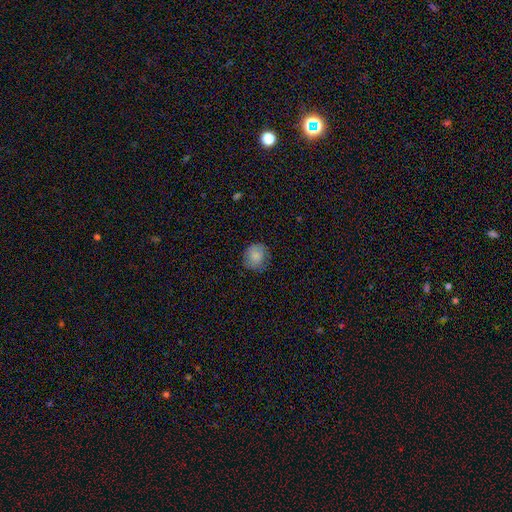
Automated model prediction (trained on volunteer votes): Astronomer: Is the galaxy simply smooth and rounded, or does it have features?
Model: smooth — 83%.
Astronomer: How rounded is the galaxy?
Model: round — 81%.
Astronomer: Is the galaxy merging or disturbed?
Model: none — 74%.